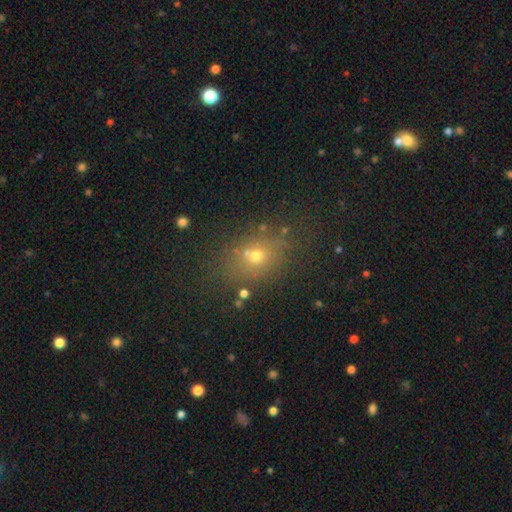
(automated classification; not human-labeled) A smooth galaxy with no disk features (61%) that is in between round and cigar-shaped (51%). Merging: none (72%).